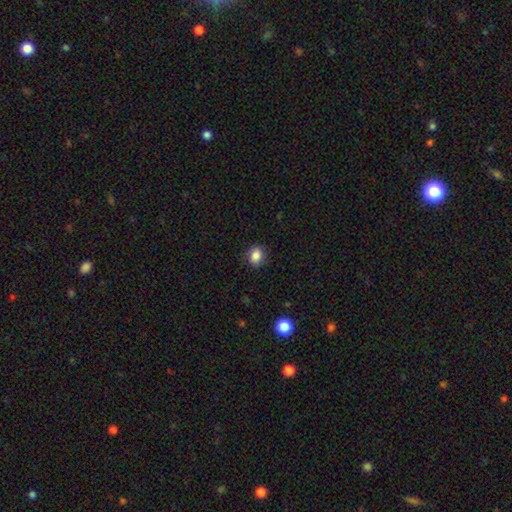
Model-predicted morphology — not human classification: A smooth galaxy with no disk features (85%) that is in between round and cigar-shaped (54%).

Vote fractions:
- Smooth or featured? smooth: 85% / star or artifact: 10% / featured or disk: 5%
- How rounded? in between: 54% / round: 45% / cigar-shaped: 1%
- Merging? none: 86% / minor disturbance: 10% / major disturbance: 3% / merger: 1%